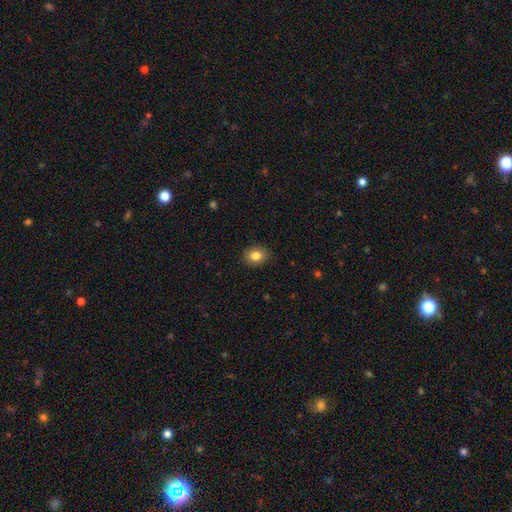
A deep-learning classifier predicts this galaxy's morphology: A smooth galaxy with no disk features (84%) that is in between round and cigar-shaped (58%). Merging: none (89%).